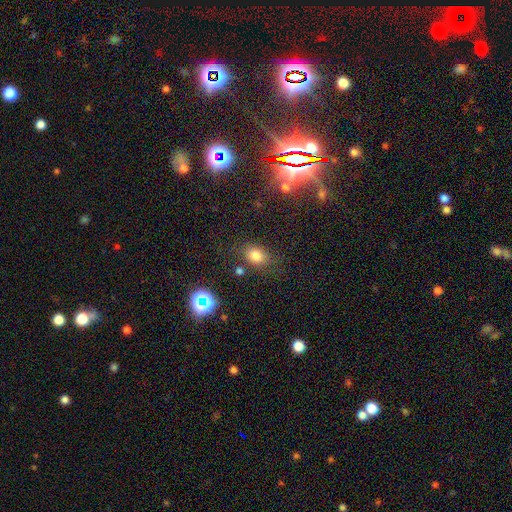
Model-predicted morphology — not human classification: type=smooth (77%); roundness=in between (64%); merging=none (73%).